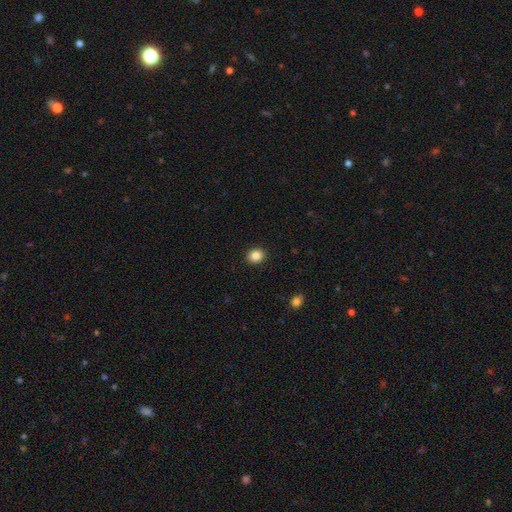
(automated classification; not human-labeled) This is clearly a smooth galaxy (86%). How rounded: likely round (72%). Merging: clearly none (91%).